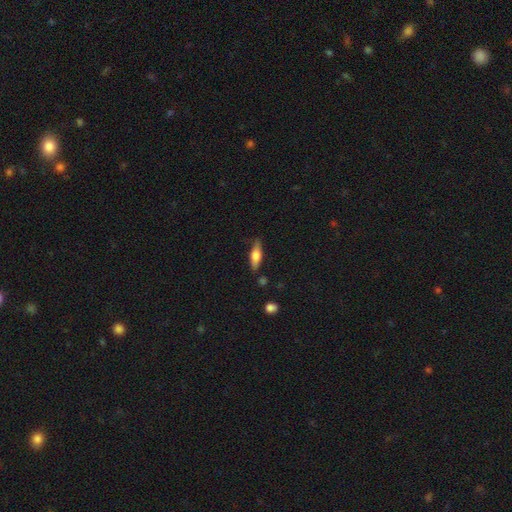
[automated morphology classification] Overall: smooth (50%; featured or disk 43%). How rounded: cigar-shaped (49%; in between 48%). Merging: none (79%).